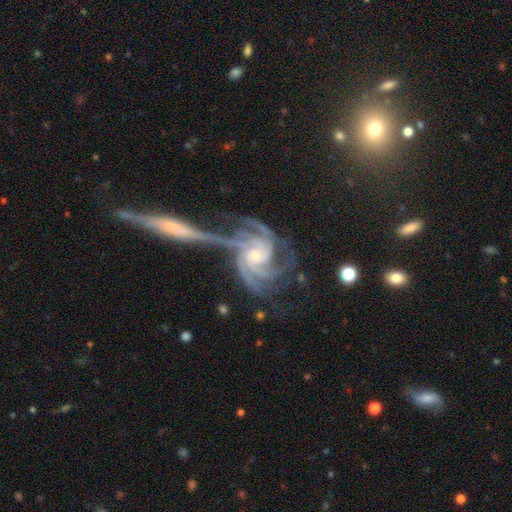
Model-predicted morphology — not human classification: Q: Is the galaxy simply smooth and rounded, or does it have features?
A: featured or disk — 91%.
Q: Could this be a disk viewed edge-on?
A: no — 97%.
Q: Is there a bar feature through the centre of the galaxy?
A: no — 65%.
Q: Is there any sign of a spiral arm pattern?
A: yes — 98%.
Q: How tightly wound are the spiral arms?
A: tight — 57%.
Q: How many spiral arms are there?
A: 4 — 35%.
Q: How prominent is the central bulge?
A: small — 67%.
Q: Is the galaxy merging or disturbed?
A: none — 38%.